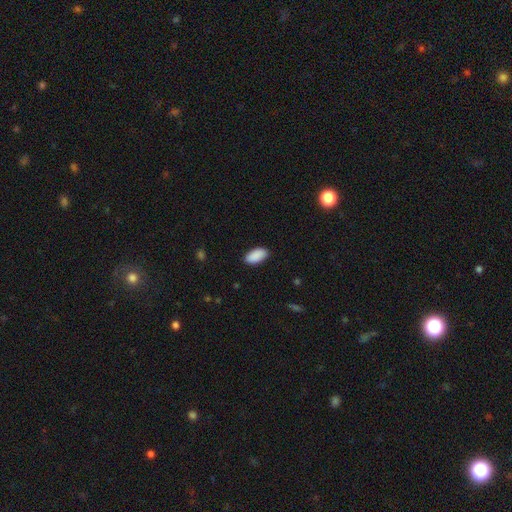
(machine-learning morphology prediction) Smooth or featured? smooth (91%)
How rounded? in between (94%)
Merging? none (88%)